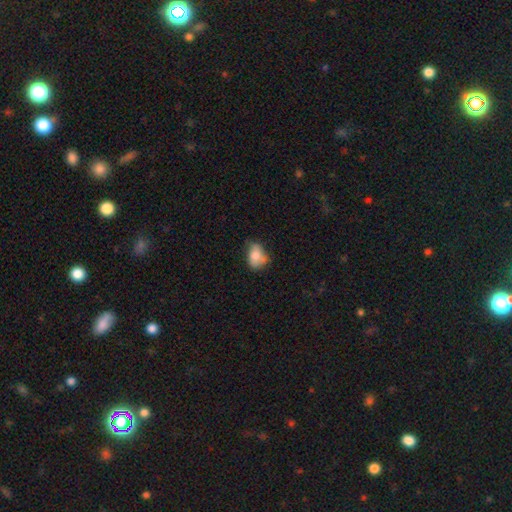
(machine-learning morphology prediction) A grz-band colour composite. It shows a smooth galaxy with no disk features (76%) that is in between round and cigar-shaped (69%). Merging: none (45%).